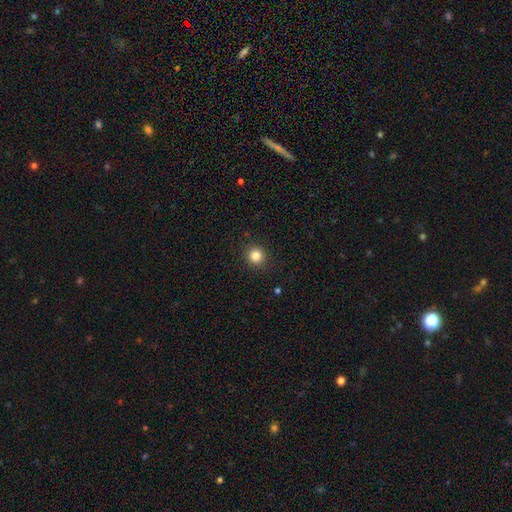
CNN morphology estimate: type=smooth (83%); roundness=round (93%); merging=none (92%).